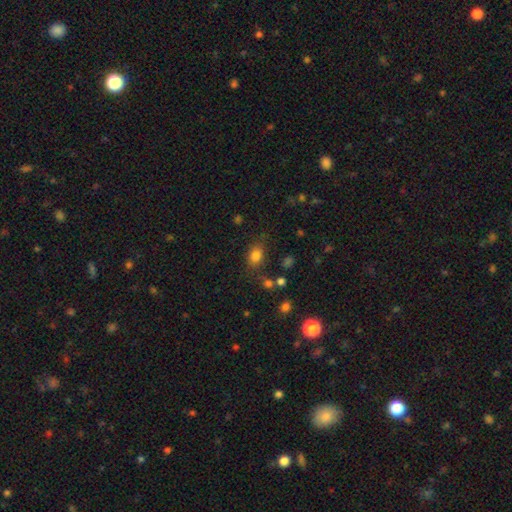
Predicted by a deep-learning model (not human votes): Overall: smooth (80%). How rounded: in between (67%; round 31%). Merging: none (72%).